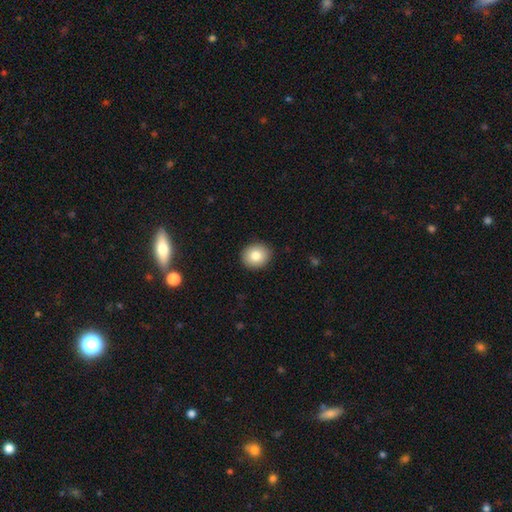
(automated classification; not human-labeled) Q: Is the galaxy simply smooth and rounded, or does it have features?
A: smooth — 82%.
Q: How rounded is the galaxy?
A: round — 76%.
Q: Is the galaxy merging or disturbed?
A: none — 91%.